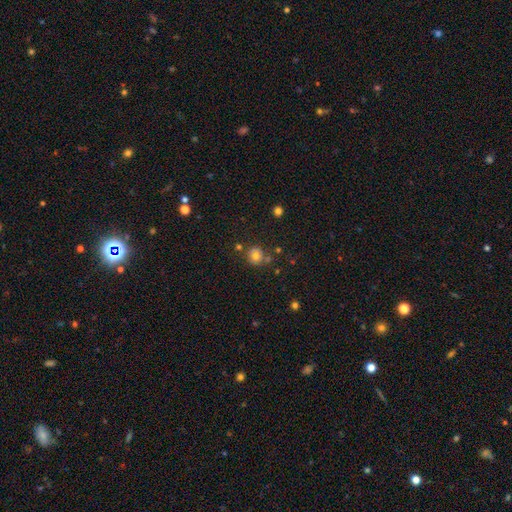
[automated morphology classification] Smooth or featured?
  - smooth: 73% *
  - star or artifact: 14%
  - featured or disk: 13%
How rounded?
  - round: 87% *
  - in between: 12%
  - cigar-shaped: 1%
Merging?
  - none: 74% *
  - minor disturbance: 13%
  - merger: 9%
  - major disturbance: 4%